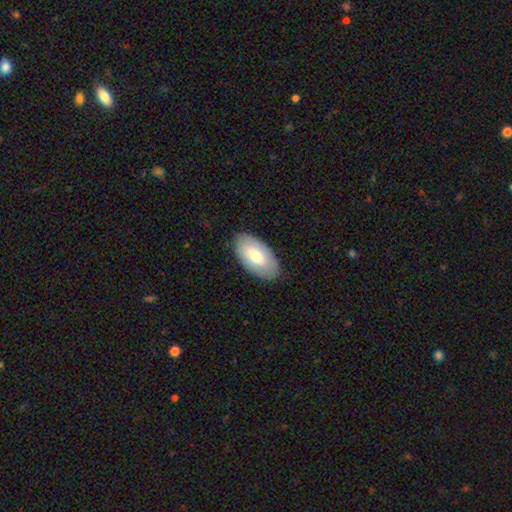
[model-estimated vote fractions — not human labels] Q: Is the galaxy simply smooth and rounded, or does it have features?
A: smooth — 70%.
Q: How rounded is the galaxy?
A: in between — 95%.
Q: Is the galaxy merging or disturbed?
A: none — 85%.